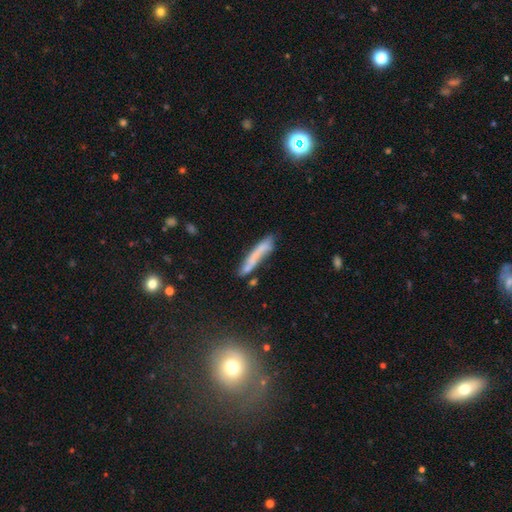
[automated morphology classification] Smooth or featured: smooth — 57% (featured or disk — 33%)
How rounded: cigar-shaped — 92% (in between — 6%)
Merging: none — 59% (minor disturbance — 23%)